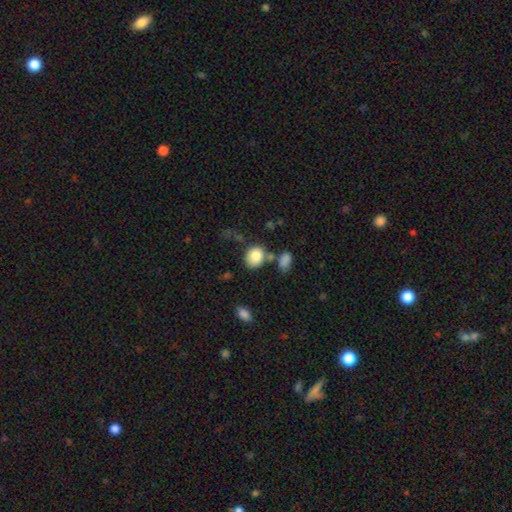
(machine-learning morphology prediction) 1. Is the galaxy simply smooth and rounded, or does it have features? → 83% smooth, 9% featured or disk, 9% star or artifact.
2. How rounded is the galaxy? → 57% round, 42% in between, 1% cigar-shaped.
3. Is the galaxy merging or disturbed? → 65% none, 15% minor disturbance, 14% merger, 5% major disturbance.